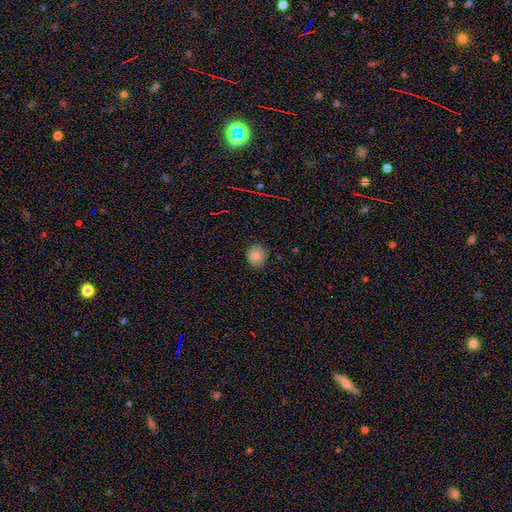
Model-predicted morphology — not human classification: smooth 78%, featured or disk 12%, star or artifact 11%. Down the decision tree: how rounded — round (76%); merging — none (80%).